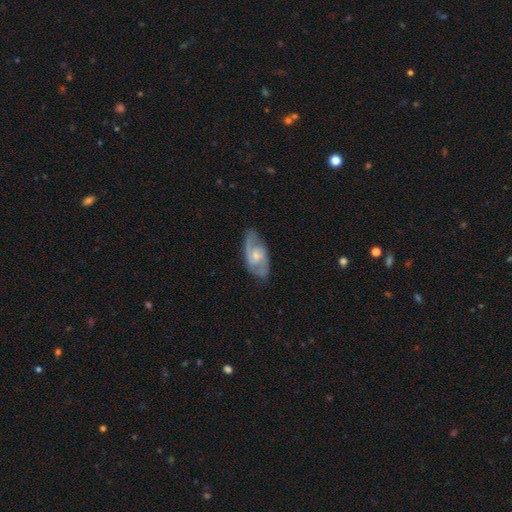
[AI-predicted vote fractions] Smooth or featured? featured or disk (77%)
Edge-on disk? no (94%)
Bar? weak (46%, tied with no)
Spiral arms? yes (93%)
Spiral winding? medium (53%)
Spiral arm count? 2 (79%)
Bulge size? small (52%)
Merging? none (74%)